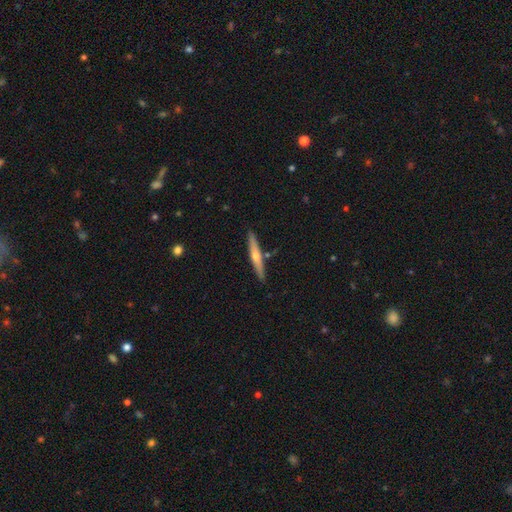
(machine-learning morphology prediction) Q: Smooth or featured?
A: featured or disk (54%); runner-up: smooth (40%)
Q: Edge-on disk?
A: yes (95%); runner-up: no (5%)
Q: Edge-on bulge?
A: rounded (80%); runner-up: none (16%)
Q: Merging?
A: none (87%); runner-up: minor disturbance (8%)